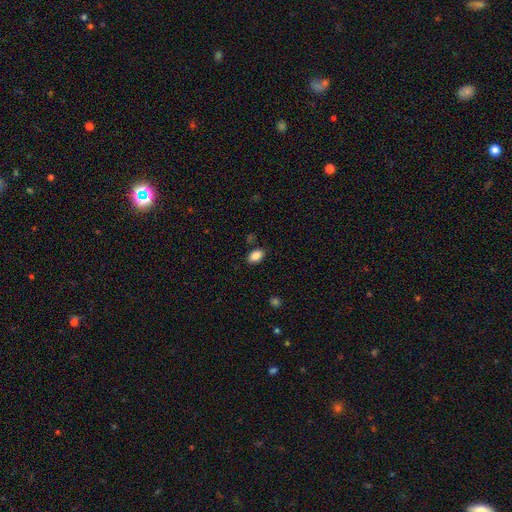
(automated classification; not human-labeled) Smooth or featured: smooth — 87% (star or artifact — 8%)
How rounded: in between — 91% (round — 7%)
Merging: none — 86% (minor disturbance — 10%)